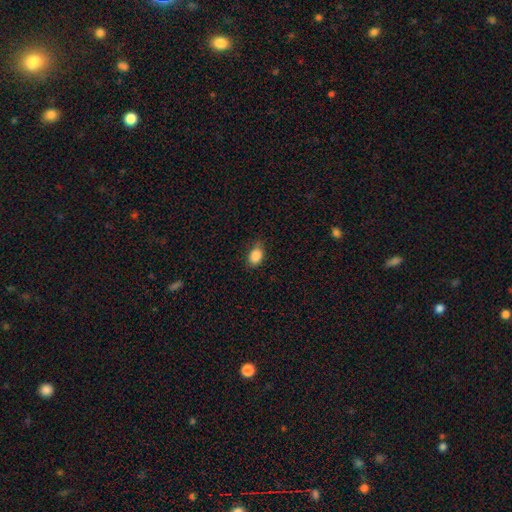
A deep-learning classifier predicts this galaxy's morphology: This is clearly a smooth galaxy (87%). How rounded: clearly in between (82%). Merging: likely none (74%).